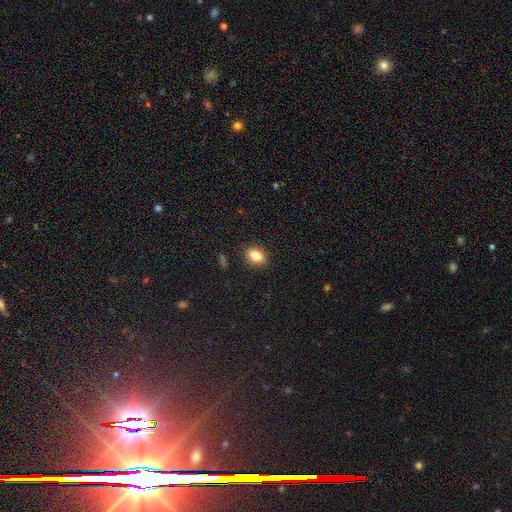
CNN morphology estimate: This is clearly a smooth galaxy (84%). How rounded: clearly in between (83%). Merging: clearly none (88%).